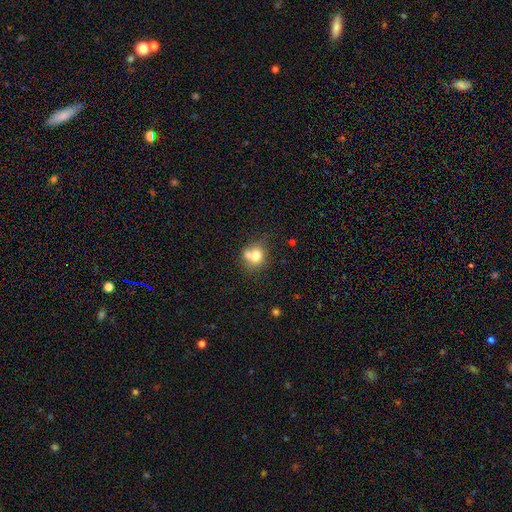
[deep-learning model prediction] Smooth or featured?
  - smooth: 73% *
  - featured or disk: 16%
  - star or artifact: 11%
How rounded?
  - round: 75% *
  - in between: 24%
  - cigar-shaped: 1%
Merging?
  - none: 42% *
  - merger: 40%
  - minor disturbance: 13%
  - major disturbance: 5%